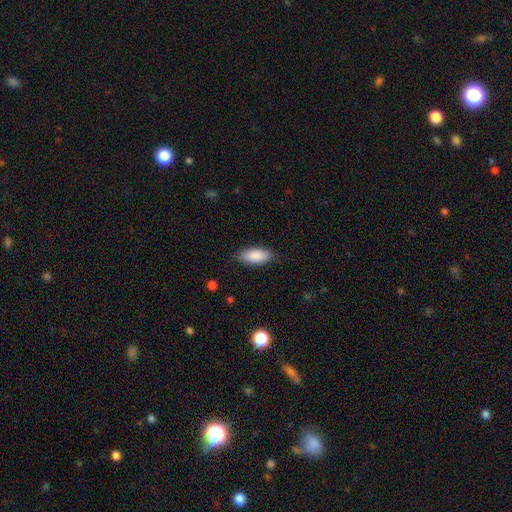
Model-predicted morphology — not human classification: smooth 87%, featured or disk 7%, star or artifact 6%. Down the decision tree: how rounded — in between (82%); merging — none (83%).